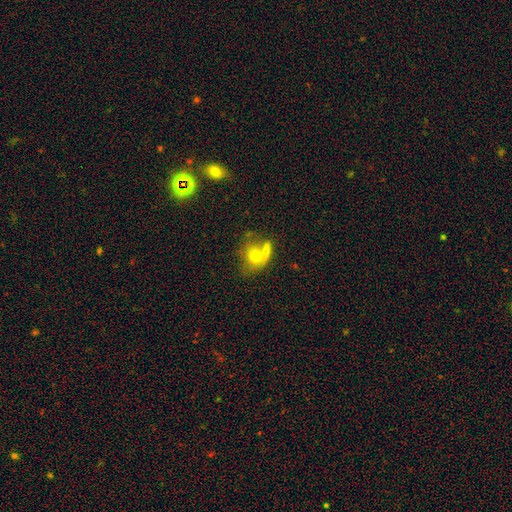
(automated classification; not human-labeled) Smooth or featured: smooth — 71% (featured or disk — 20%)
How rounded: round — 52% (in between — 45%)
Merging: merger — 40% (none — 37%)